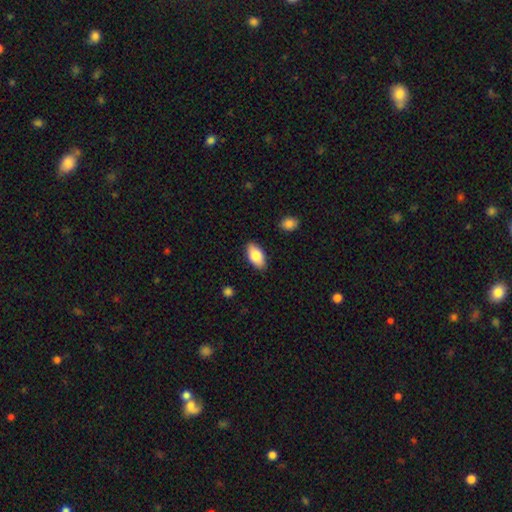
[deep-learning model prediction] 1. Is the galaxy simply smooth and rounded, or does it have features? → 80% smooth, 14% featured or disk, 6% star or artifact.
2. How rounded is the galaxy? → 92% in between, 5% cigar-shaped, 3% round.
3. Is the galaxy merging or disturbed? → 87% none, 9% minor disturbance, 2% major disturbance, 1% merger.